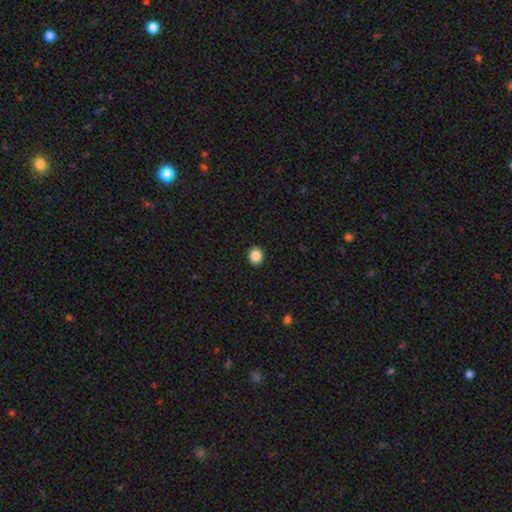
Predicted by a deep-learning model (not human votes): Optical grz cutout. It shows a smooth galaxy with no disk features (87%) that is round (73%). Merging: none (92%).